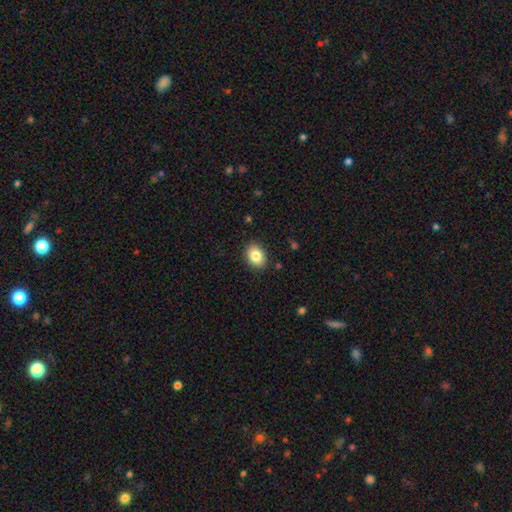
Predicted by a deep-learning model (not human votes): The model was most divided on "how rounded": in between: 64%, round: 35%, cigar-shaped: 1%. More confident: merging — none (88%); smooth or featured — smooth (84%).